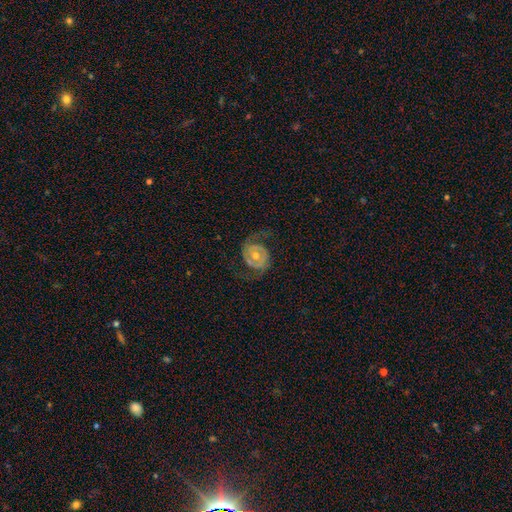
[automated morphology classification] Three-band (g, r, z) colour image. It shows a featured or disk galaxy (85%) with no bar (66%), 2 (88%) medium (43%) spiral arms (93%) and a moderate central bulge (62%). Merging: none (74%).